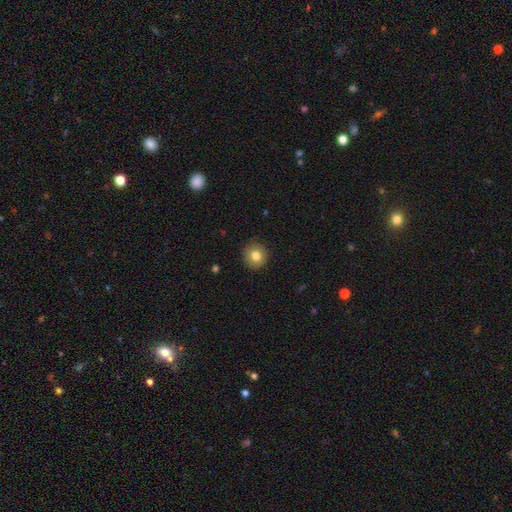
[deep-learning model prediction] This is clearly a smooth galaxy (80%). How rounded: clearly round (91%). Merging: clearly none (89%).